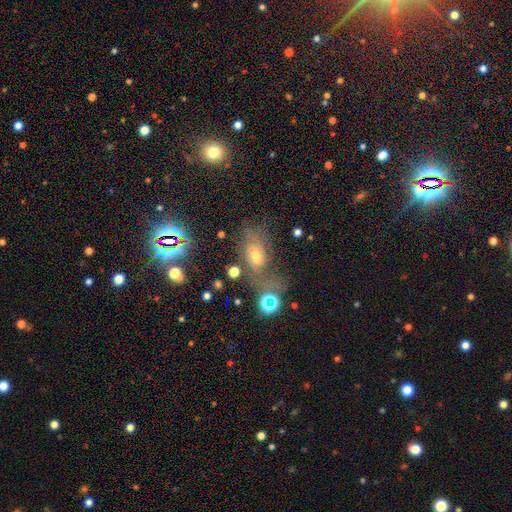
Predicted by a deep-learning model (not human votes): smooth-or-featured: featured or disk: 55% | smooth: 23% | star or artifact: 21%
  disk-edge-on: no: 91% | yes: 9%
    bar: no: 69% | weak: 24% | strong: 7%
    has-spiral-arms: yes: 80% | no: 20%
    bulge-size: moderate: 59% | small: 33% | large: 5% | none: 2% | dominant: 1%
  merging: none: 48% | major disturbance: 23% | minor disturbance: 21% | merger: 7%